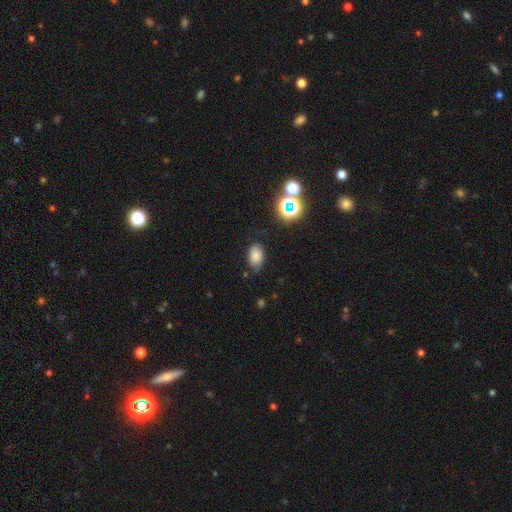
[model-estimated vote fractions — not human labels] Smooth or featured: smooth — 78% (star or artifact — 15%)
How rounded: in between — 87% (round — 12%)
Merging: none — 74% (minor disturbance — 19%)